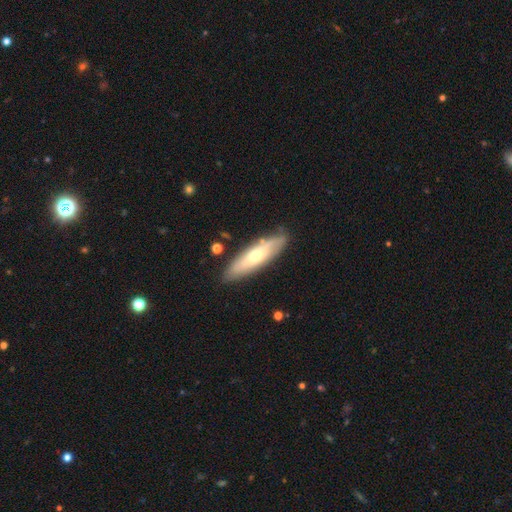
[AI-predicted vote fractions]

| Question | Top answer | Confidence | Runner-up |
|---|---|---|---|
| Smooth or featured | smooth | 47% | featured or disk (46%) |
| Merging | none | 84% | minor disturbance (12%) |